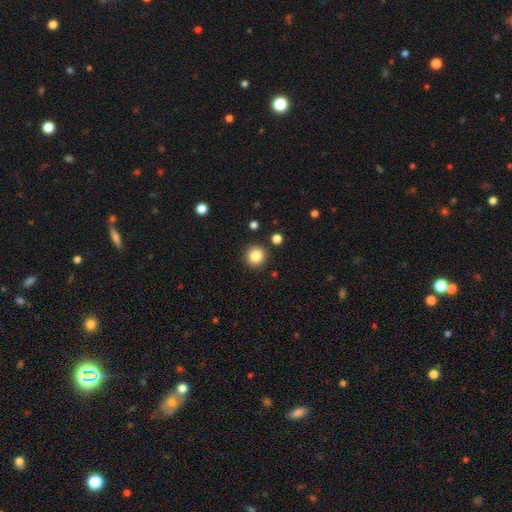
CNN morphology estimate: Smooth or featured? Predicted: smooth (p=0.85). How rounded? Predicted: round (p=0.94). Merging? Predicted: none (p=0.90).